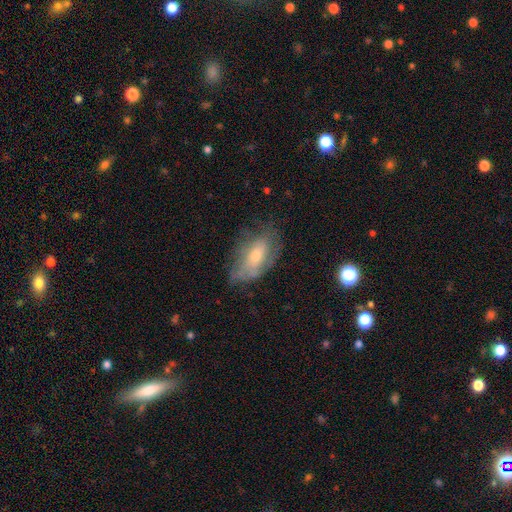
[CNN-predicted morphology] smooth_or_featured: featured or disk (p=0.48) [alt: smooth p=0.43]
merging: none (p=0.55) [alt: minor disturbance p=0.28]